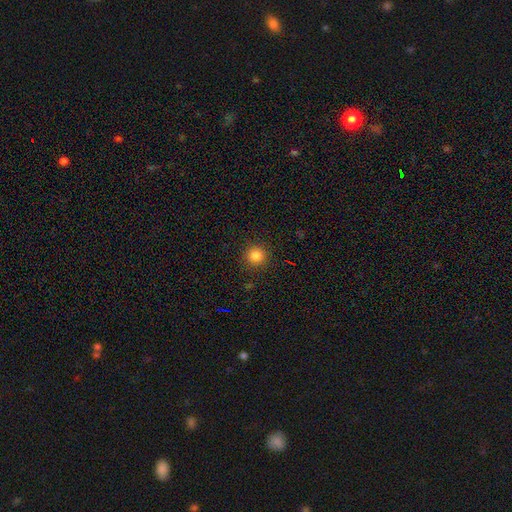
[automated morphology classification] smooth-or-featured: smooth: 84% | star or artifact: 12% | featured or disk: 4%
  how-rounded: round: 94% | in between: 5% | cigar-shaped: 1%
  merging: none: 91% | minor disturbance: 6% | major disturbance: 2% | merger: 1%